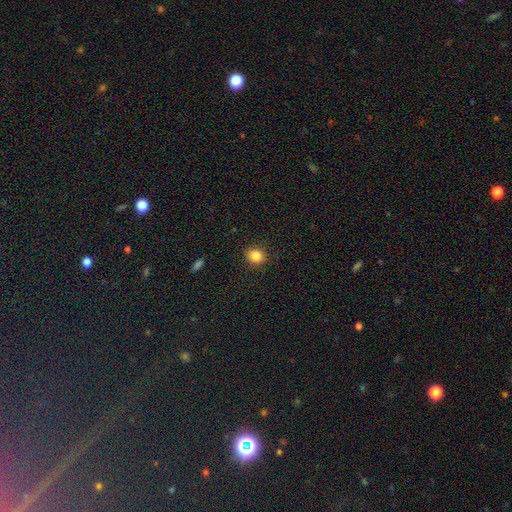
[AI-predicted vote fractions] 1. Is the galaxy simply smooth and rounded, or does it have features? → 84% smooth, 11% star or artifact, 5% featured or disk.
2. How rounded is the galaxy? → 81% round, 18% in between, 1% cigar-shaped.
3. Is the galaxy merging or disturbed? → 89% none, 8% minor disturbance, 2% major disturbance, 1% merger.